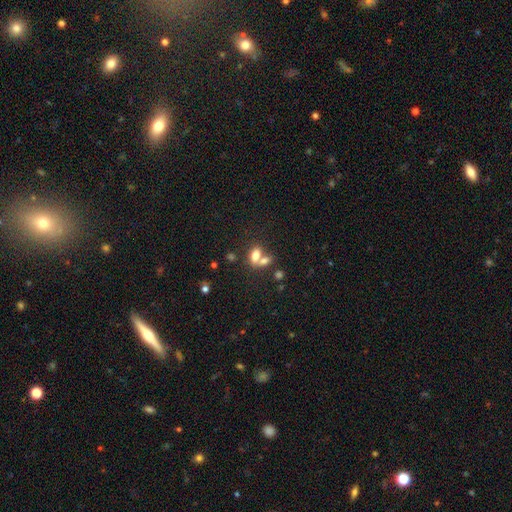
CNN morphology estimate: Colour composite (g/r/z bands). It shows a smooth galaxy with no disk features (74%) that is in between round and cigar-shaped (81%). Merging: merger (52%).